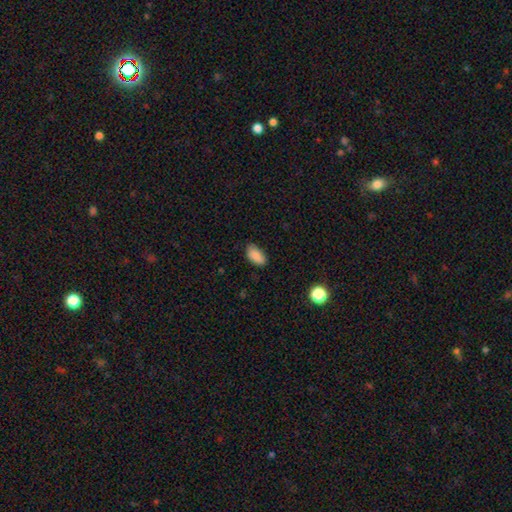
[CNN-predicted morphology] Smooth or featured: smooth — 87% (star or artifact — 8%)
How rounded: in between — 94% (round — 4%)
Merging: none — 78% (minor disturbance — 18%)